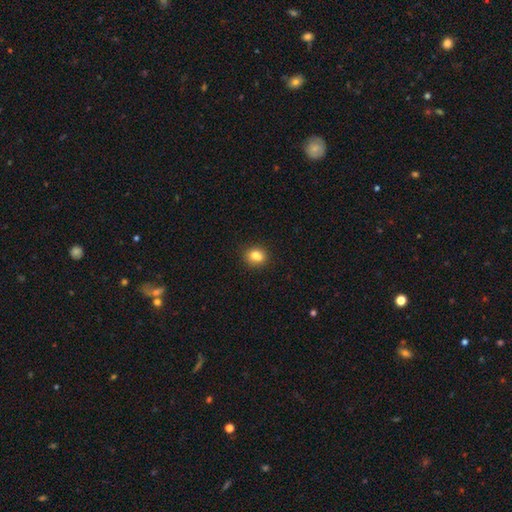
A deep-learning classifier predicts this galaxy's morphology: A smooth galaxy with no disk features (80%) that is round (65%). Merging: none (76%).